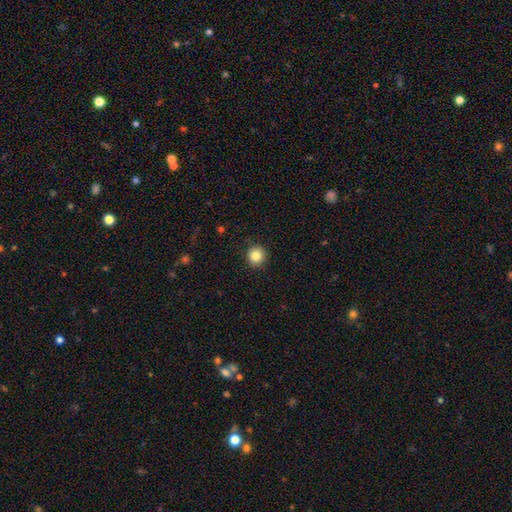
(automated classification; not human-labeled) This is clearly a smooth galaxy (85%). How rounded: clearly round (93%). Merging: clearly none (92%).